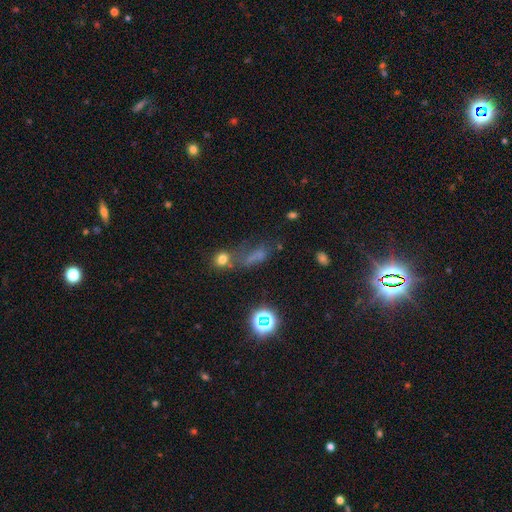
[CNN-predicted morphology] smooth_or_featured: smooth (p=0.48) [alt: star or artifact p=0.35]
merging: none (p=0.41) [alt: merger p=0.21]